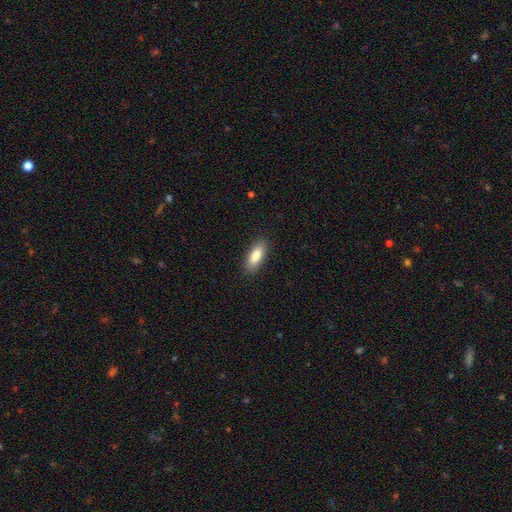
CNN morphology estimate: type=smooth (85%); roundness=in between (75%); merging=none (88%).